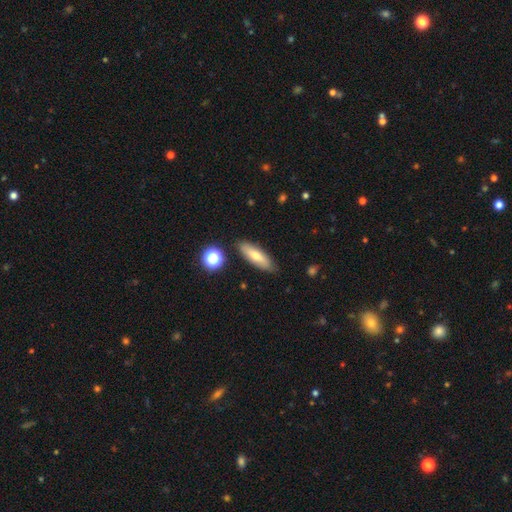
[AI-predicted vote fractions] Overall: smooth (65%; featured or disk 28%). How rounded: cigar-shaped (49%, tied with in between). Merging: none (84%).